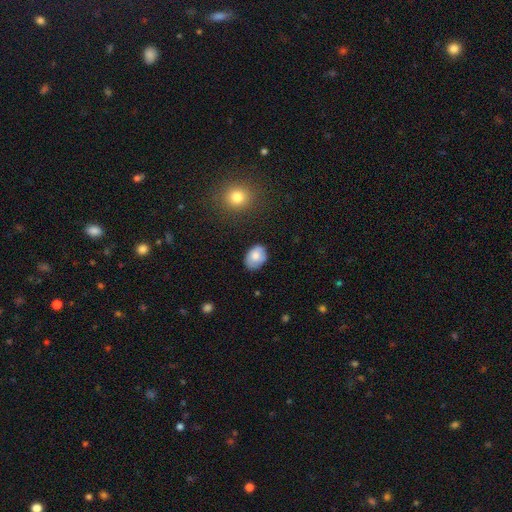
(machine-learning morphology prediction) The model was most divided on "how rounded": in between: 75%, round: 24%, cigar-shaped: 1%. More confident: smooth or featured — smooth (77%); merging — none (74%).